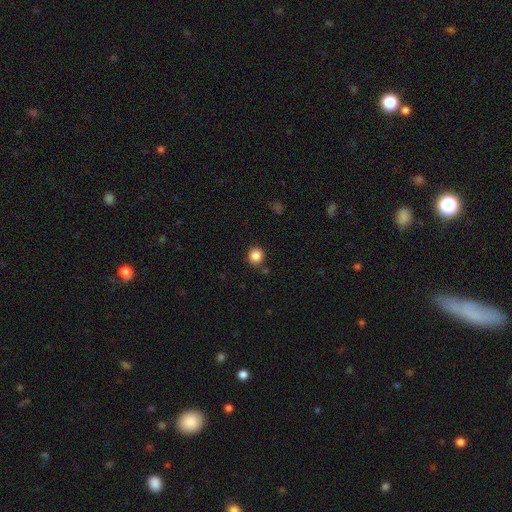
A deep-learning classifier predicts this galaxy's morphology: smooth_or_featured: smooth (p=0.86) [alt: star or artifact p=0.10]
how_rounded: round (p=0.89) [alt: in between p=0.10]
merging: none (p=0.83) [alt: minor disturbance p=0.10]